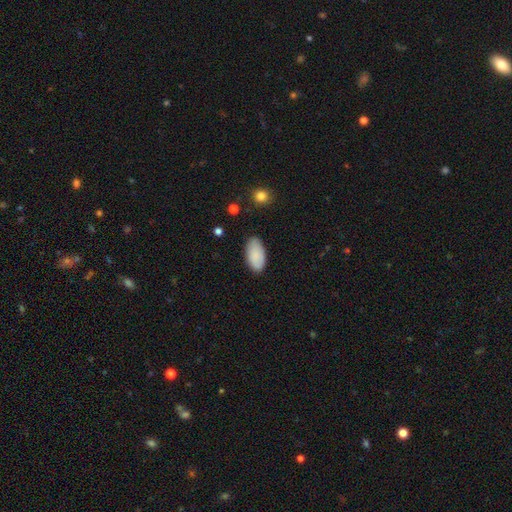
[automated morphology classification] smooth 87%, featured or disk 7%, star or artifact 6%. Down the decision tree: how rounded — in between (95%); merging — none (83%).